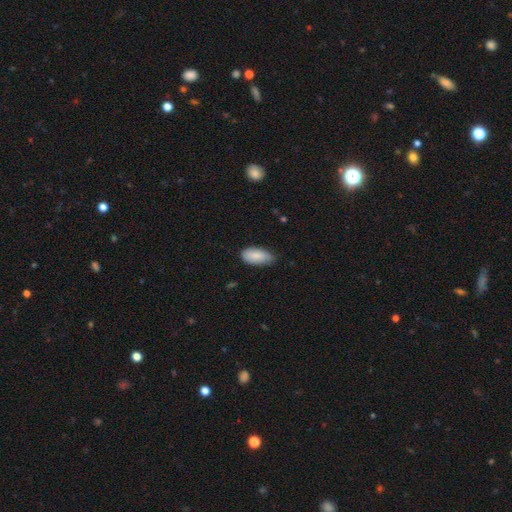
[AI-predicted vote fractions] This appears to be a smooth galaxy with no disk features (86%) that is in between round and cigar-shaped (93%). Merging: none (70%).